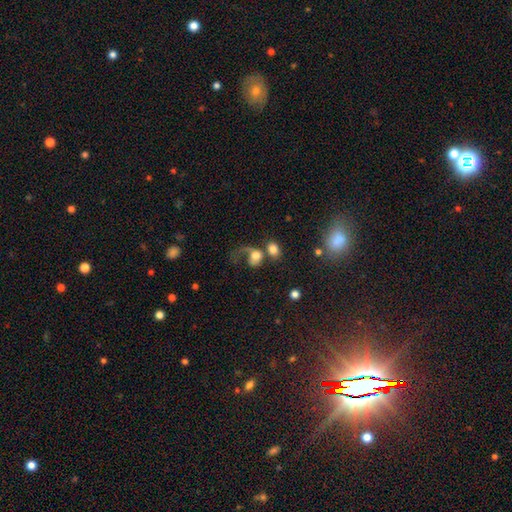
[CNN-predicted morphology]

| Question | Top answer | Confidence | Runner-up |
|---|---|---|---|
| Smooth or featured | smooth | 59% | featured or disk (30%) |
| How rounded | round | 52% | in between (46%) |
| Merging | major disturbance | 37% | merger (33%) |